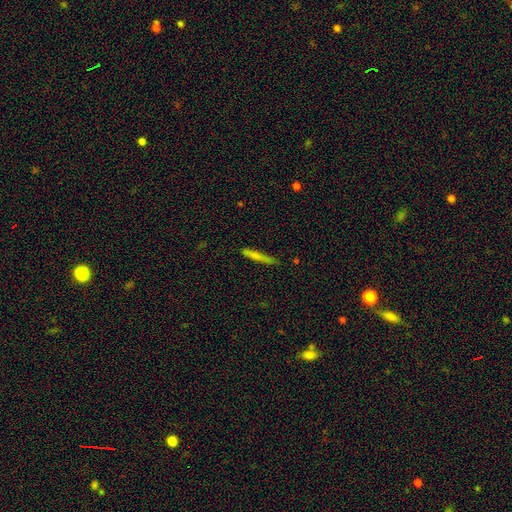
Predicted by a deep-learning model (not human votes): smooth 71%, featured or disk 22%, star or artifact 8%. Down the decision tree: how rounded — cigar-shaped (94%); merging — none (77%).